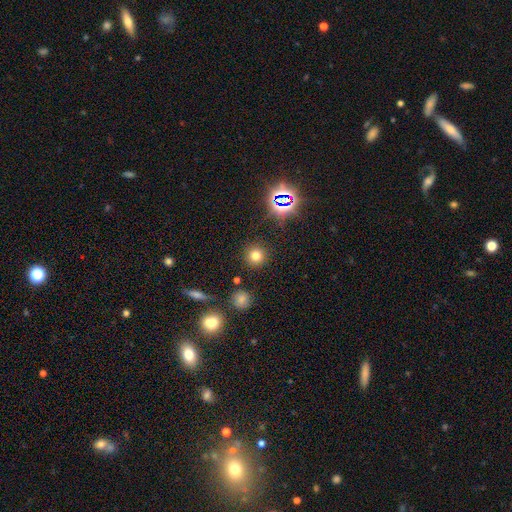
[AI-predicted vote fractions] Smooth or featured?
  - smooth: 72% *
  - star or artifact: 21%
  - featured or disk: 7%
How rounded?
  - round: 94% *
  - in between: 5%
  - cigar-shaped: 1%
Merging?
  - none: 89% *
  - minor disturbance: 6%
  - major disturbance: 3%
  - merger: 2%